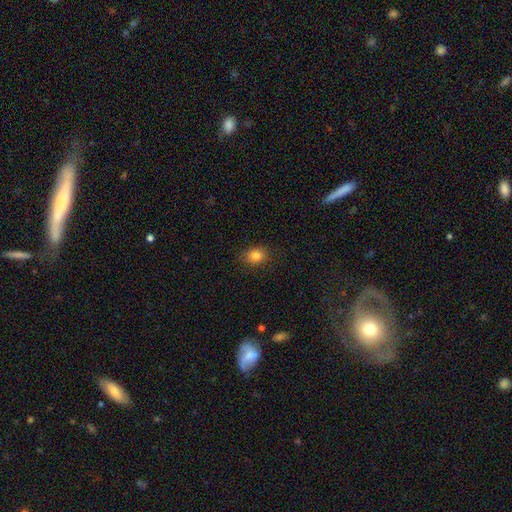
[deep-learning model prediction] The model was most divided on "how rounded": round: 53%, in between: 46%, cigar-shaped: 1%. More confident: merging — none (87%); smooth or featured — smooth (83%).